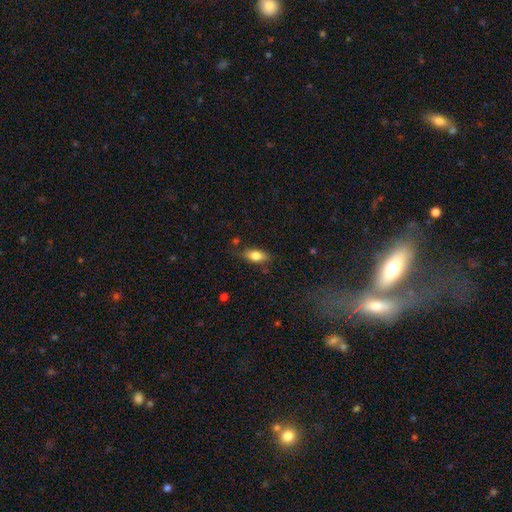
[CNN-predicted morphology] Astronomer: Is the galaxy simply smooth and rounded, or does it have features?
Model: smooth — 77%.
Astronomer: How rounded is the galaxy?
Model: in between — 84%.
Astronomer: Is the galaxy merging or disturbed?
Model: none — 76%.